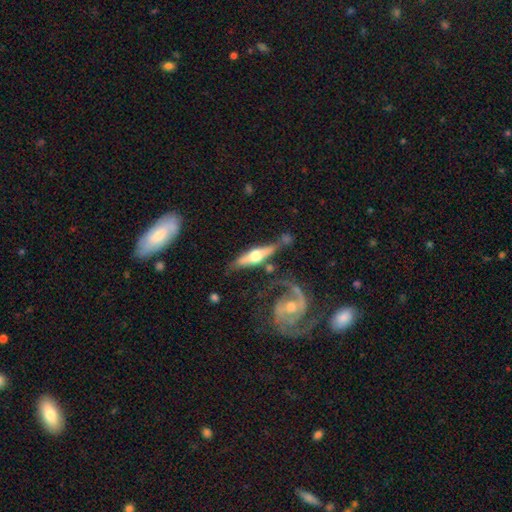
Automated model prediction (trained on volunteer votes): smooth_or_featured: featured or disk (p=0.71) [alt: smooth p=0.24]
disk_edge_on: yes (p=0.89) [alt: no p=0.11]
edge_on_bulge: rounded (p=0.93) [alt: boxy p=0.04]
merging: none (p=0.58) [alt: minor disturbance p=0.19]